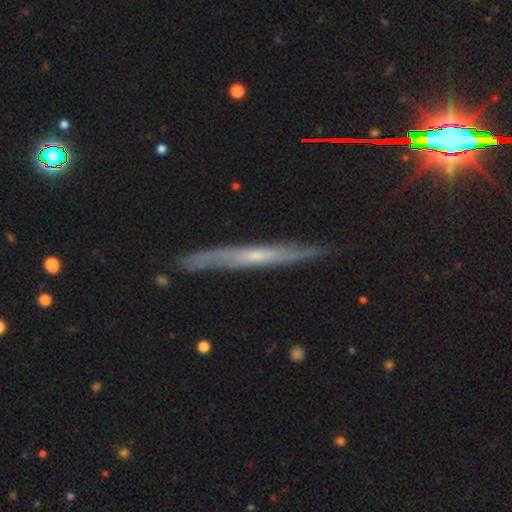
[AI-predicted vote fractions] smooth-or-featured: featured or disk: 65% | smooth: 22% | star or artifact: 12%
  disk-edge-on: yes: 90% | no: 10%
    edge-on-bulge: none: 58% | rounded: 37% | boxy: 5%
  merging: none: 85% | minor disturbance: 12% | major disturbance: 2% | merger: 2%